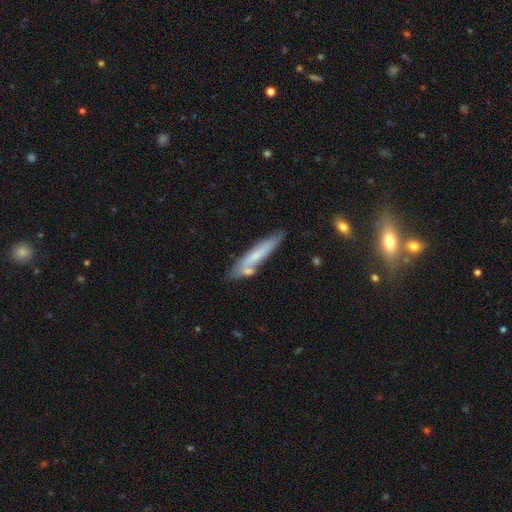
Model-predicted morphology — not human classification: Overall: smooth (60%; featured or disk 34%). How rounded: cigar-shaped (90%). Merging: none (70%).